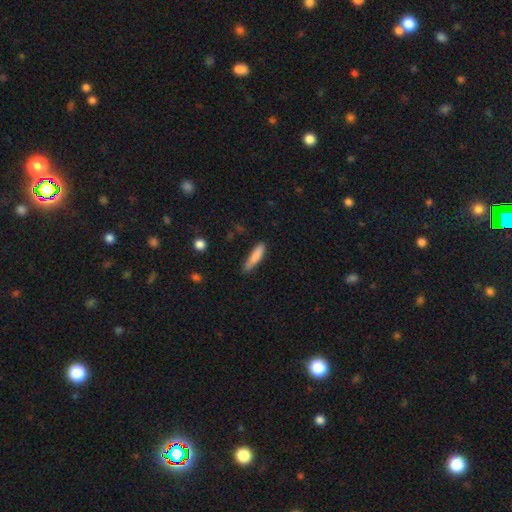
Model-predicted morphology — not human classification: Smooth or featured: smooth — 82% (featured or disk — 11%)
How rounded: cigar-shaped — 76% (in between — 23%)
Merging: none — 67% (minor disturbance — 26%)